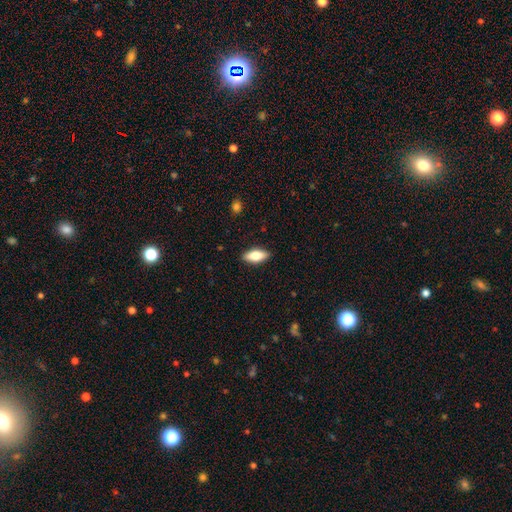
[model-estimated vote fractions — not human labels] smooth-or-featured: smooth: 70% | featured or disk: 24% | star or artifact: 6%
  how-rounded: in between: 78% | cigar-shaped: 19% | round: 3%
  merging: none: 89% | minor disturbance: 8% | major disturbance: 2% | merger: 1%